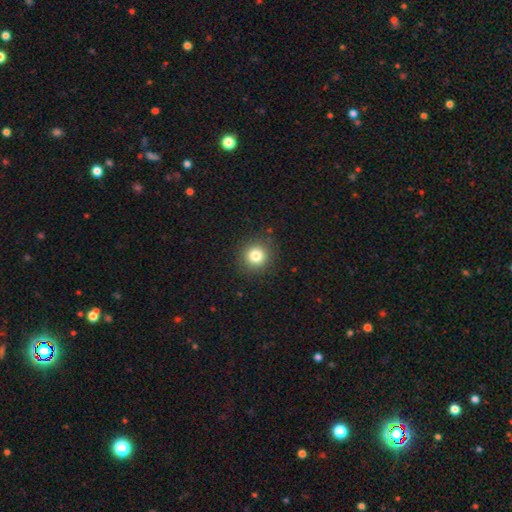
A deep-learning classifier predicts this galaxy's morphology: Smooth or featured: smooth — 81% (star or artifact — 12%)
How rounded: round — 94% (in between — 5%)
Merging: none — 90% (minor disturbance — 7%)